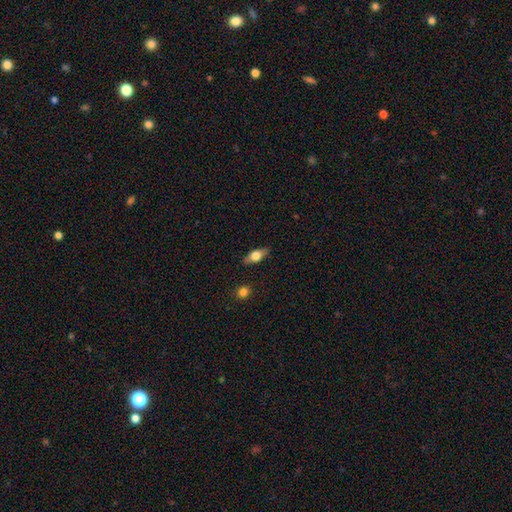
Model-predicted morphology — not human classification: Q: Smooth or featured?
A: smooth (59%); runner-up: featured or disk (34%)
Q: How rounded?
A: in between (75%); runner-up: cigar-shaped (19%)
Q: Merging?
A: none (85%); runner-up: minor disturbance (11%)